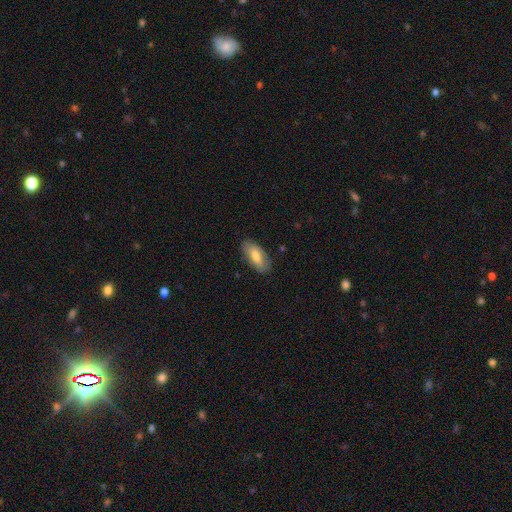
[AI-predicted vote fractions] Smooth or featured: smooth — 70% (featured or disk — 24%)
How rounded: in between — 84% (cigar-shaped — 13%)
Merging: none — 82% (minor disturbance — 14%)